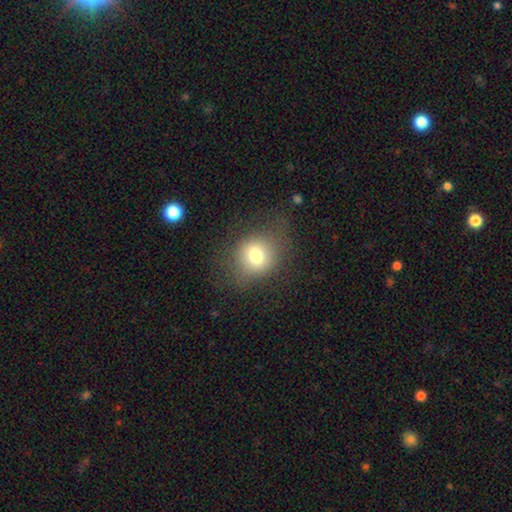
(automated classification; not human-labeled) Morphology: type=smooth (74%); roundness=round (80%); merging=none (71%).